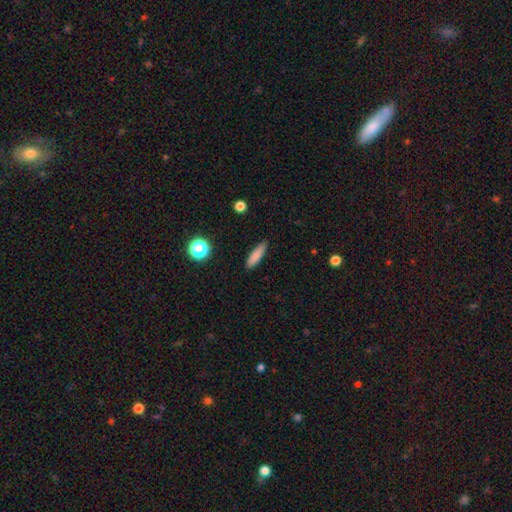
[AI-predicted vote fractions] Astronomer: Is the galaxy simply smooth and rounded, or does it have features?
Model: smooth — 83%.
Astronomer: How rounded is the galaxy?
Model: cigar-shaped — 68%.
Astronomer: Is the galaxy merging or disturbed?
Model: none — 88%.